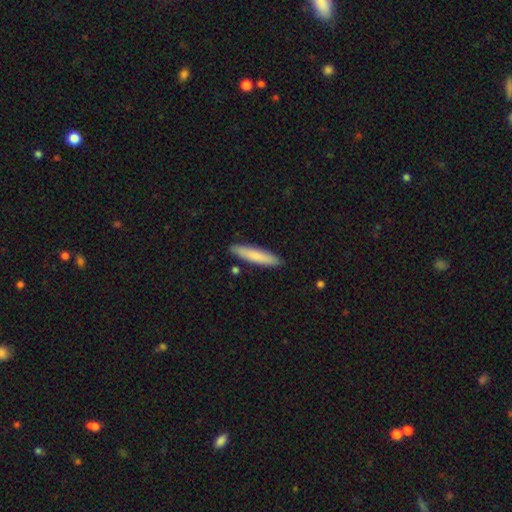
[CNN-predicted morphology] smooth-or-featured: smooth: 80% | featured or disk: 14% | star or artifact: 5%
  how-rounded: cigar-shaped: 87% | in between: 12% | round: 1%
  merging: none: 88% | minor disturbance: 8% | merger: 2% | major disturbance: 2%